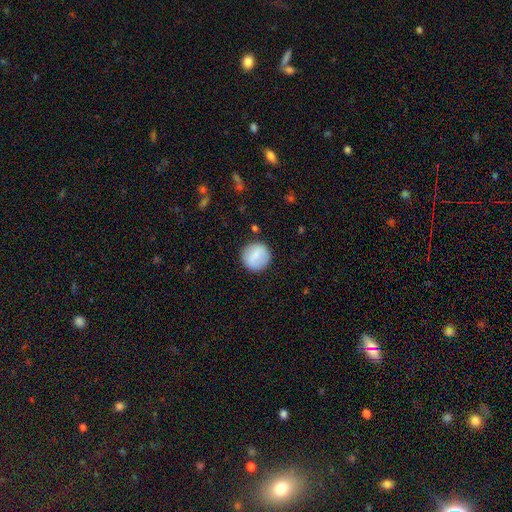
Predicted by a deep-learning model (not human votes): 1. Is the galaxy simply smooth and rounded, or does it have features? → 77% smooth, 16% featured or disk, 7% star or artifact.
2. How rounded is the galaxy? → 93% round, 6% in between, 1% cigar-shaped.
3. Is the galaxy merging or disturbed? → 88% none, 8% minor disturbance, 3% major disturbance, 1% merger.